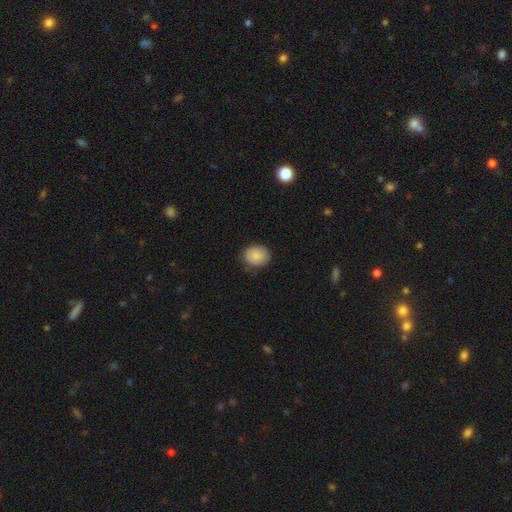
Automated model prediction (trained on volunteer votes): Smooth or featured? Predicted: smooth (p=0.86). How rounded? Predicted: round (p=0.59). Merging? Predicted: none (p=0.79).